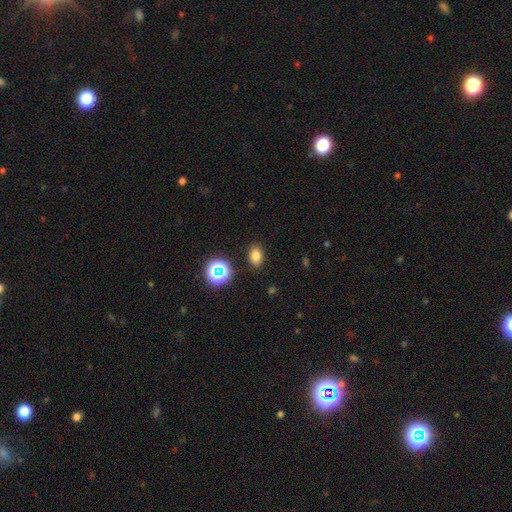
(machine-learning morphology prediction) smooth-or-featured: smooth: 77% | star or artifact: 16% | featured or disk: 7%
  how-rounded: in between: 78% | round: 21% | cigar-shaped: 1%
  merging: none: 86% | minor disturbance: 9% | major disturbance: 3% | merger: 2%